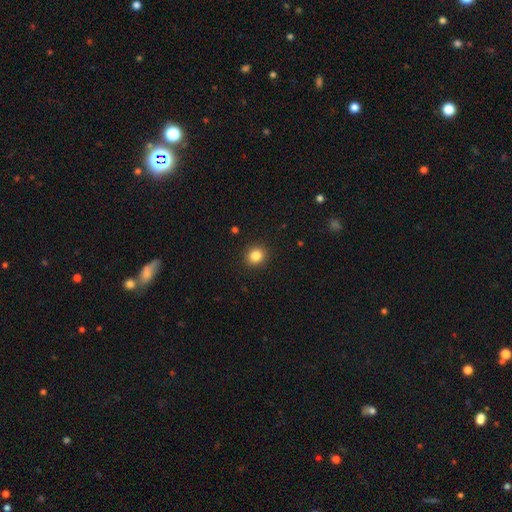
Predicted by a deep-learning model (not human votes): A smooth galaxy with no disk features (84%) that is round (79%). Merging: none (91%).